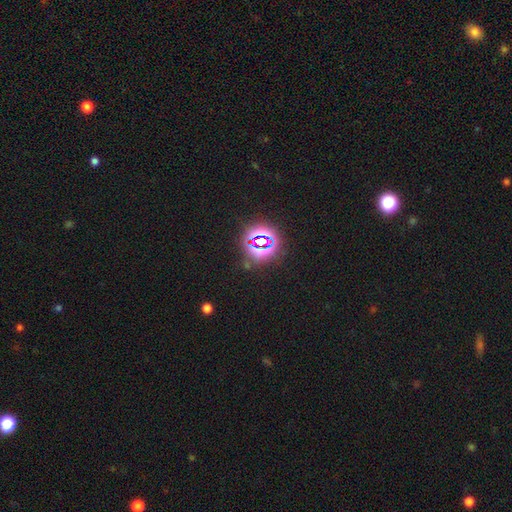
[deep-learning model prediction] Smooth or featured? star or artifact (82%)